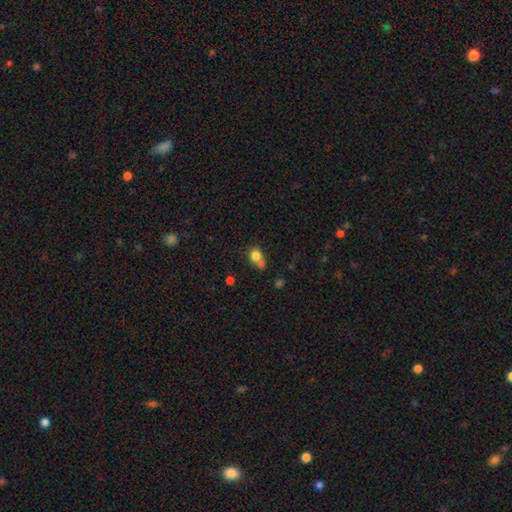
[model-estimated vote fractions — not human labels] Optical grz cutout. It shows a smooth galaxy with no disk features (78%) that is round (66%). Merging: none (39%).